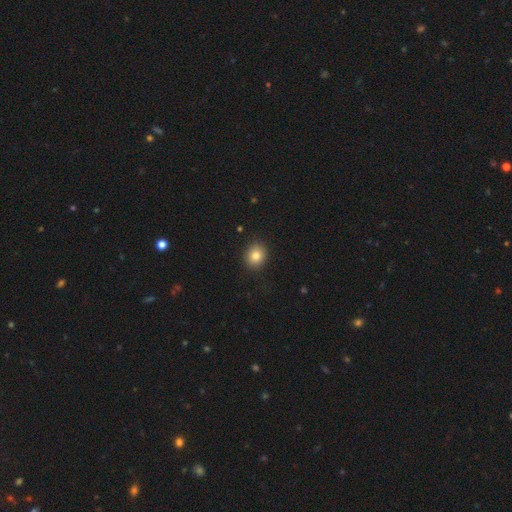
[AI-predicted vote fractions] The model was most divided on "how rounded": round: 71%, in between: 28%, cigar-shaped: 1%. More confident: merging — none (89%); smooth or featured — smooth (82%).